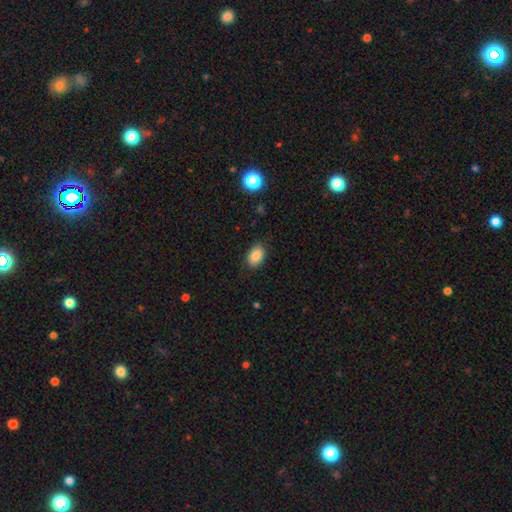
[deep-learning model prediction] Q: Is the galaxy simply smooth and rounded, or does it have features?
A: smooth — 87%.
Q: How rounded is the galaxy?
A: in between — 87%.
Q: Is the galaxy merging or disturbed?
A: none — 86%.